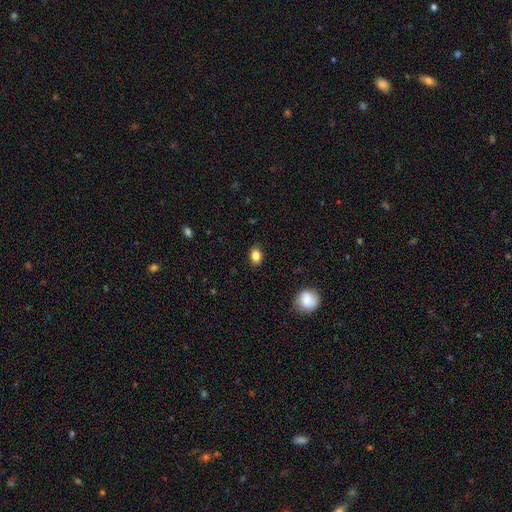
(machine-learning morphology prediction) smooth_or_featured: smooth (p=0.85) [alt: star or artifact p=0.10]
how_rounded: in between (p=0.70) [alt: round p=0.29]
merging: none (p=0.87) [alt: minor disturbance p=0.10]